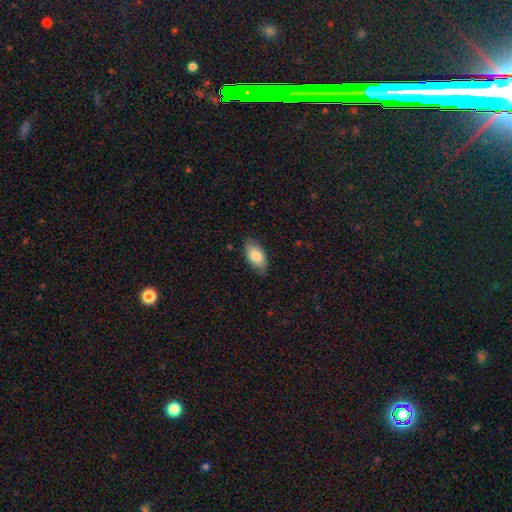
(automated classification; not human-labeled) Morphology: type=smooth (82%); roundness=in between (93%); merging=none (79%).